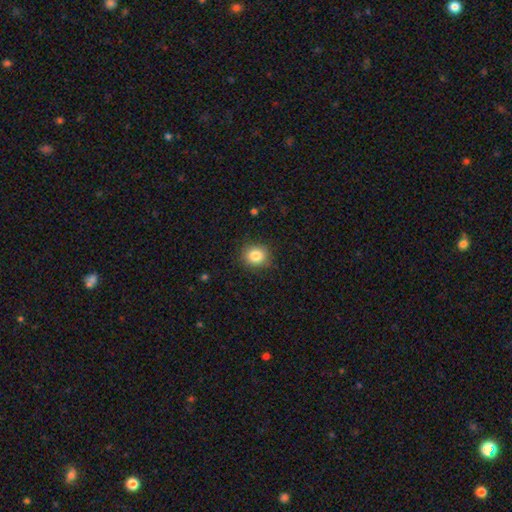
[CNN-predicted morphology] Smooth or featured? Predicted: smooth (p=0.84). How rounded? Predicted: round (p=0.82). Merging? Predicted: none (p=0.87).